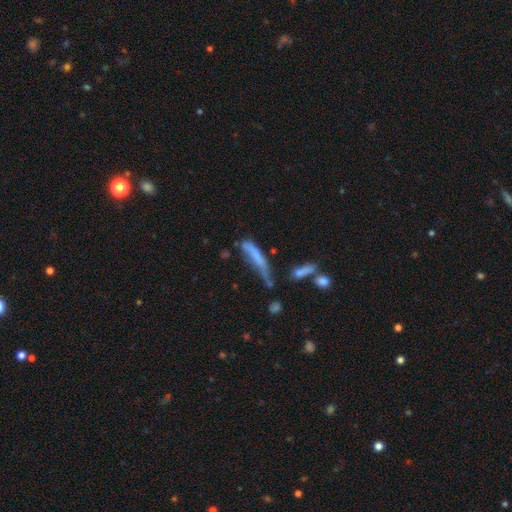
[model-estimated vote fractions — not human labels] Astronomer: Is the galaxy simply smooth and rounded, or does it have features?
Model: smooth — 59%.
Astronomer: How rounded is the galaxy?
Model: cigar-shaped — 82%.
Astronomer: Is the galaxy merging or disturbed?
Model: none — 30% (runner-up: minor disturbance, 27%).